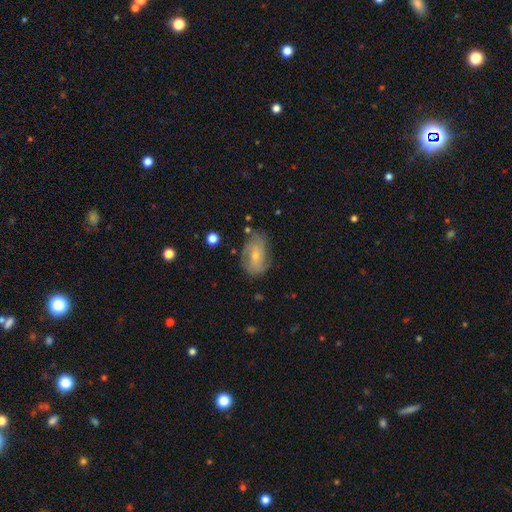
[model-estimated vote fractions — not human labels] smooth-or-featured: featured or disk: 58% | smooth: 32% | star or artifact: 10%
  disk-edge-on: no: 94% | yes: 6%
    bar: no: 67% | weak: 27% | strong: 6%
    has-spiral-arms: yes: 79% | no: 21%
    bulge-size: small: 58% | moderate: 38% | none: 2% | large: 1% | dominant: 1%
  merging: none: 70% | minor disturbance: 22% | major disturbance: 7% | merger: 2%